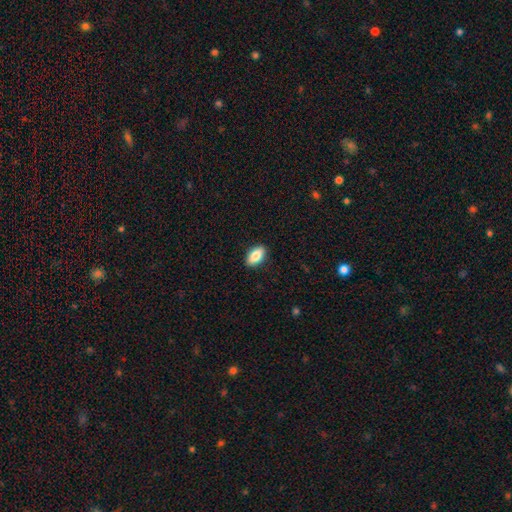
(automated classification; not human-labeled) Morphology: type=smooth (83%); roundness=in between (91%); merging=none (90%).